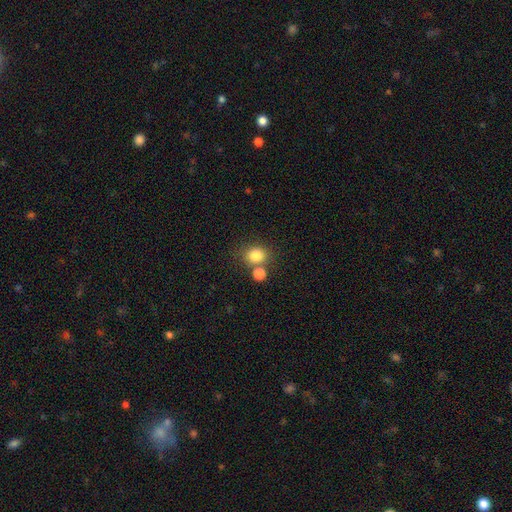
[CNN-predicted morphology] A smooth galaxy with no disk features (82%) that is round (75%). Merging: none (63%).